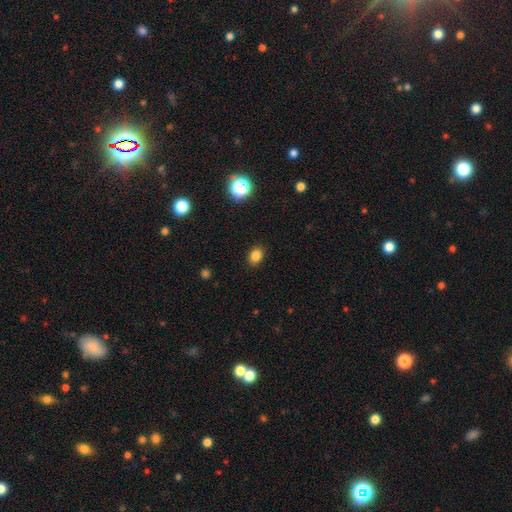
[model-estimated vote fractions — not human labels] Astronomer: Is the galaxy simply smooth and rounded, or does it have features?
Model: smooth — 83%.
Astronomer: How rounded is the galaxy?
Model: in between — 61% (runner-up: round, 38%).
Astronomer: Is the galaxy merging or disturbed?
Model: none — 89%.